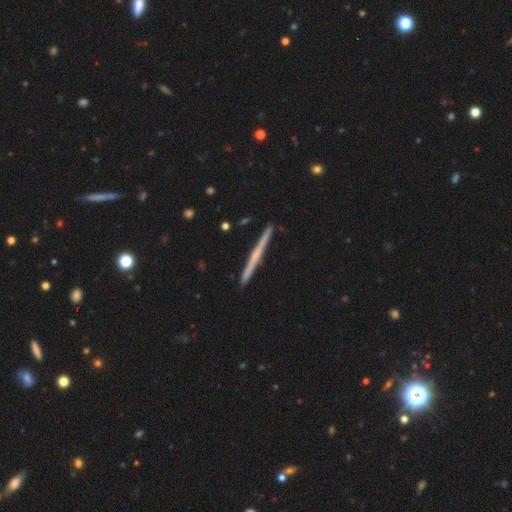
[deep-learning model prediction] This appears to be a featured or disk galaxy (62%) viewed edge-on (98%) with no central bulge (64%). Merging: none (92%).